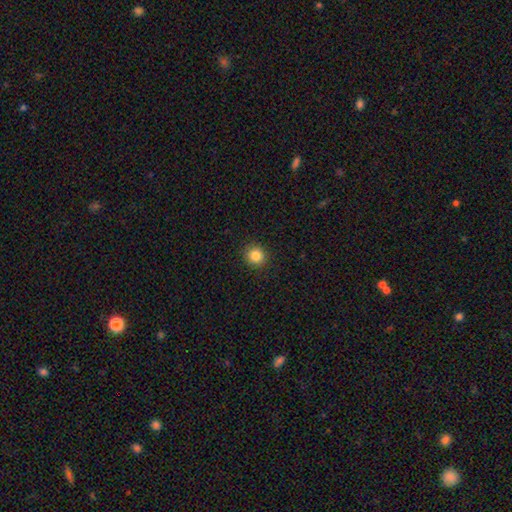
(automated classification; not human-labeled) smooth_or_featured: smooth (p=0.84) [alt: star or artifact p=0.11]
how_rounded: round (p=0.90) [alt: in between p=0.09]
merging: none (p=0.92) [alt: minor disturbance p=0.05]